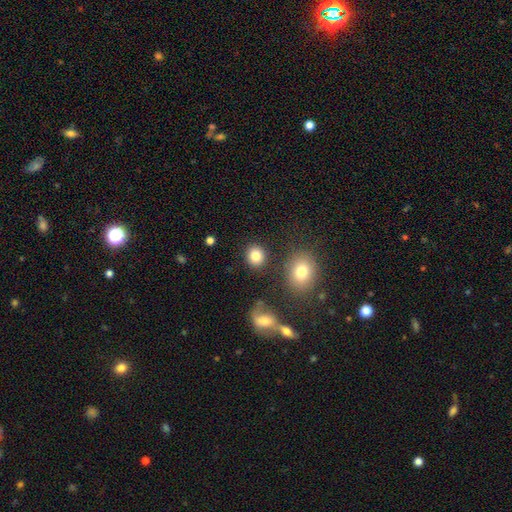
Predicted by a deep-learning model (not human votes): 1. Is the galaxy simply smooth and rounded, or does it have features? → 84% smooth, 10% star or artifact, 6% featured or disk.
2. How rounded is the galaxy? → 84% round, 15% in between, 1% cigar-shaped.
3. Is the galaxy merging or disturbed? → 86% none, 7% minor disturbance, 4% merger, 3% major disturbance.